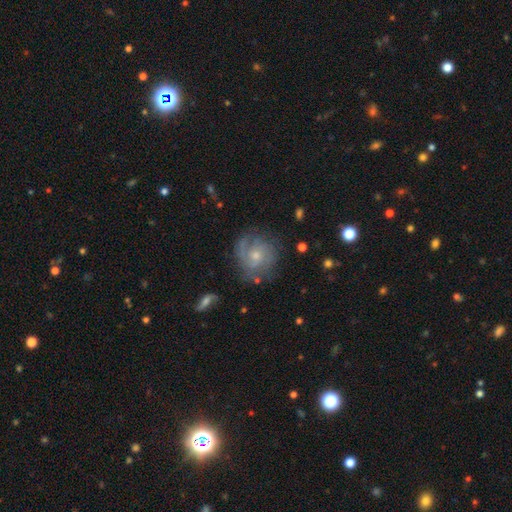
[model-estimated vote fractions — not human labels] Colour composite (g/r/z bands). It shows a featured or disk galaxy (73%) with no bar (72%), 2 (33%) tight (47%) spiral arms (90%) and a small central bulge (56%). Merging: none (68%).